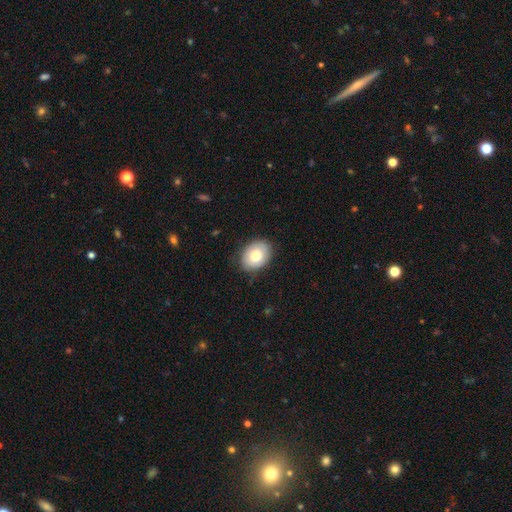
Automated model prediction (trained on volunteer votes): Morphology: type=smooth (77%); roundness=in between (71%); merging=none (83%).